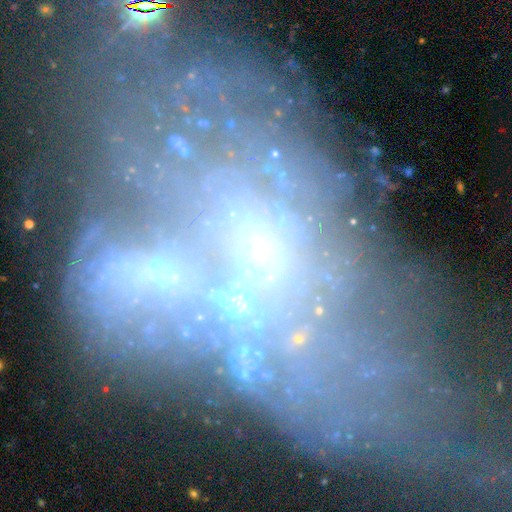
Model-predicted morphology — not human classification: This is possibly a featured or disk galaxy (52%). It is clearly not viewed edge-on (92%). Merging: marginally major disturbance (30%).